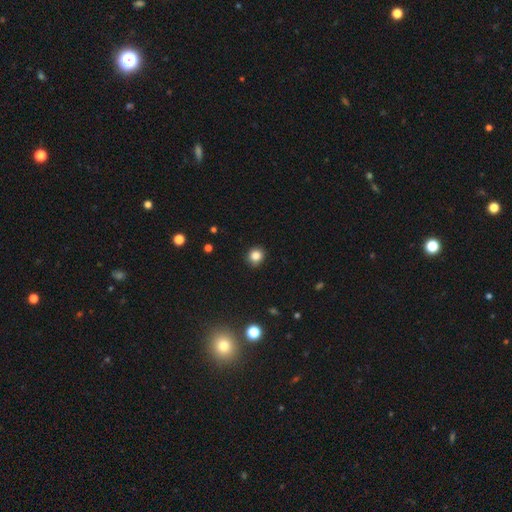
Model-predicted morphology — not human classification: A smooth galaxy with no disk features (84%) that is round (88%). Merging: none (90%).